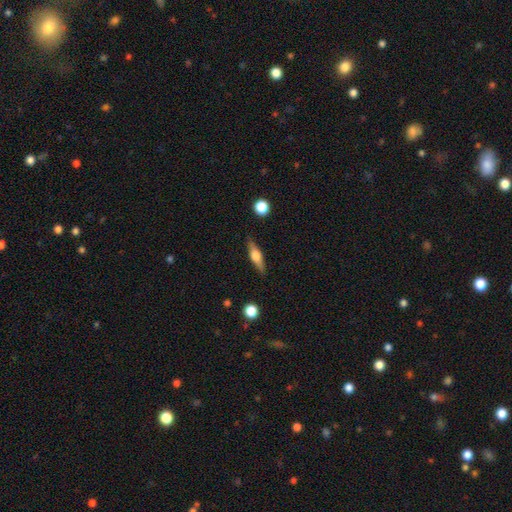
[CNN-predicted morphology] type=featured or disk (62%); edge-on=yes (96%); edge-on bulge=rounded (90%); merging=none (87%).